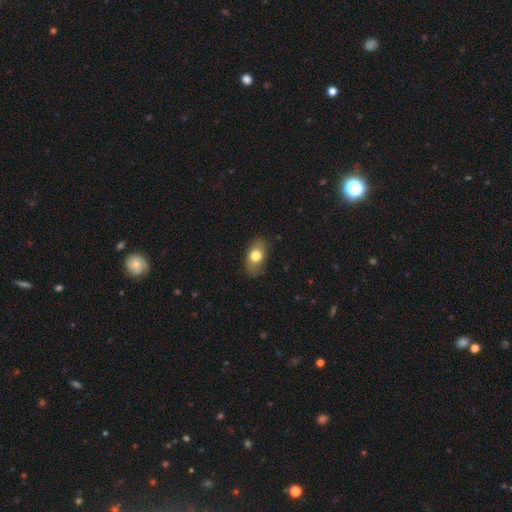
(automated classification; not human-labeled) Smooth or featured: smooth — 75% (featured or disk — 17%)
How rounded: in between — 85% (round — 12%)
Merging: none — 80% (minor disturbance — 16%)